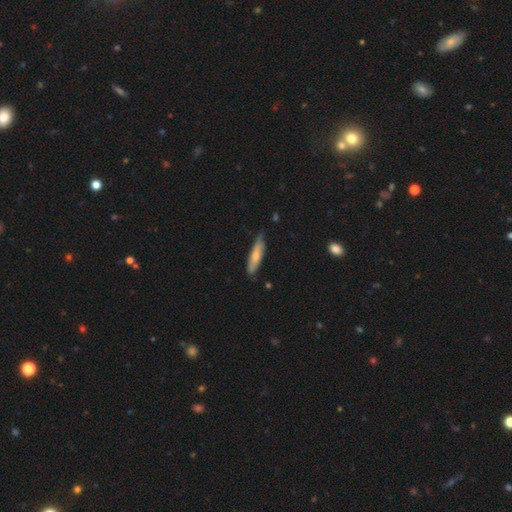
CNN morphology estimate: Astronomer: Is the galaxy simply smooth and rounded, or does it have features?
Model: smooth — 67%.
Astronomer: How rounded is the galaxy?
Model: cigar-shaped — 76%.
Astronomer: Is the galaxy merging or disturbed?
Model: none — 74%.